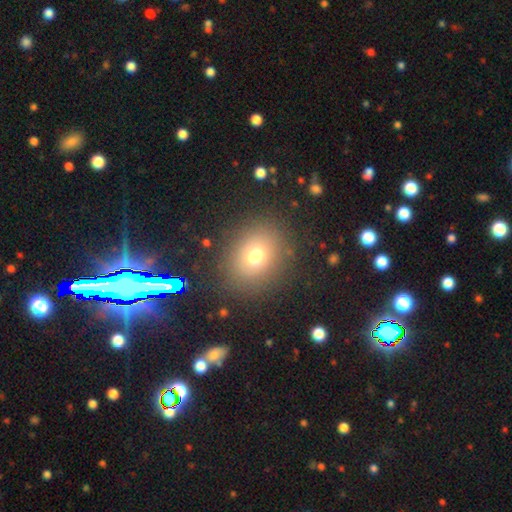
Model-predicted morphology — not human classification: Overall: smooth (71%). How rounded: round (60%; in between 39%). Merging: none (84%).